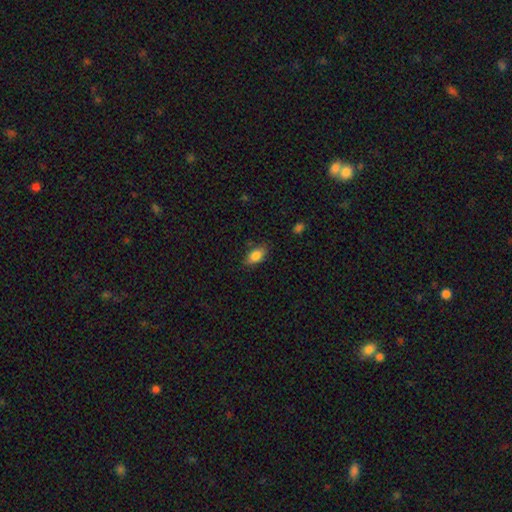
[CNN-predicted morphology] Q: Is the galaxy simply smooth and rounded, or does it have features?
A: smooth — 84%.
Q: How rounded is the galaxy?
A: in between — 88%.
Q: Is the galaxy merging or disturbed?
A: none — 78%.